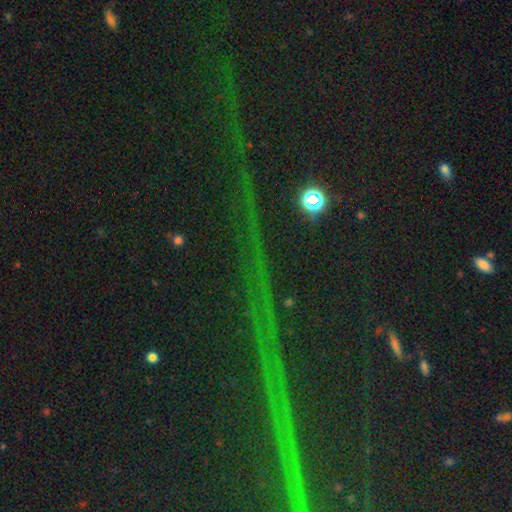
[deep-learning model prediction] A star or artifact, not a galaxy (81%).